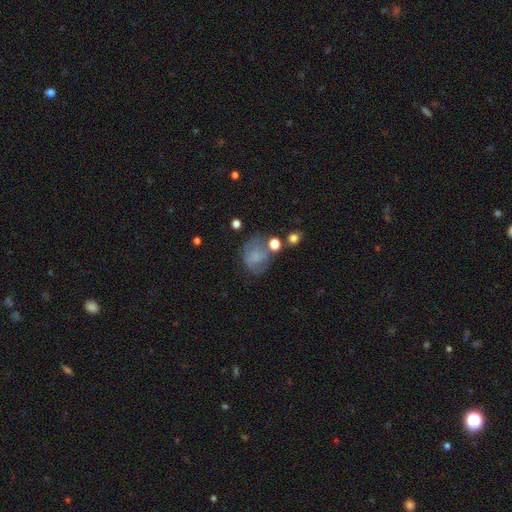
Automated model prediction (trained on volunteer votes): smooth 62%, featured or disk 24%, star or artifact 13%. Down the decision tree: how rounded — round (57%); merging — none (44%).